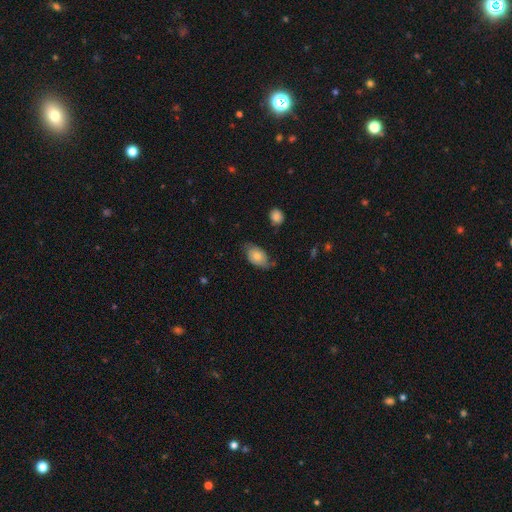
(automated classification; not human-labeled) Smooth or featured?
  - smooth: 66% *
  - featured or disk: 27%
  - star or artifact: 7%
How rounded?
  - in between: 88% *
  - round: 10%
  - cigar-shaped: 2%
Merging?
  - none: 55% *
  - minor disturbance: 33%
  - major disturbance: 10%
  - merger: 2%